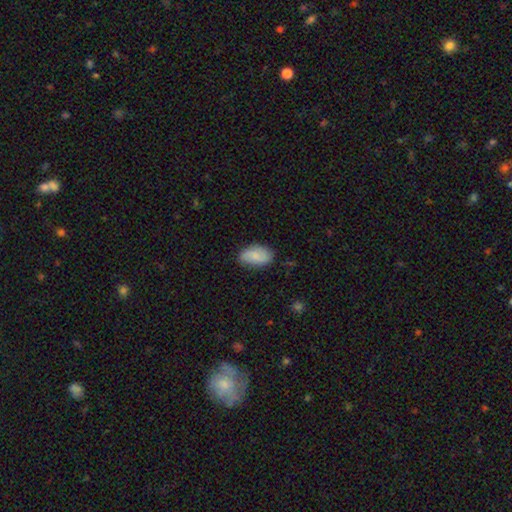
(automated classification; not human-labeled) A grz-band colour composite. It shows a smooth galaxy with no disk features (78%) that is in between round and cigar-shaped (94%). Merging: none (77%).